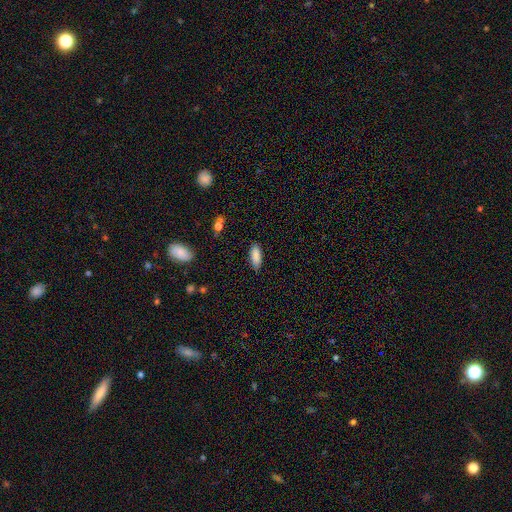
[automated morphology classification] smooth_or_featured: smooth (p=0.88) [alt: star or artifact p=0.07]
how_rounded: in between (p=0.74) [alt: cigar-shaped p=0.24]
merging: none (p=0.87) [alt: minor disturbance p=0.10]